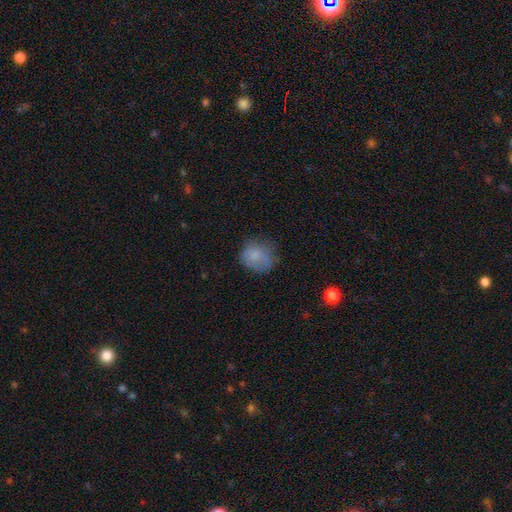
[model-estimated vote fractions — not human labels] Smooth or featured: smooth — 77% (featured or disk — 14%)
How rounded: round — 70% (in between — 29%)
Merging: none — 56% (minor disturbance — 28%)